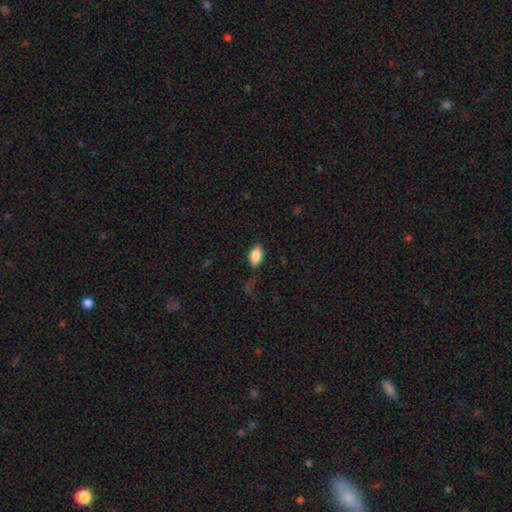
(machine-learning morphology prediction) The model was most divided on "merging": none: 78%, minor disturbance: 15%, major disturbance: 5%, merger: 2%. More confident: how rounded — in between (93%); smooth or featured — smooth (86%).